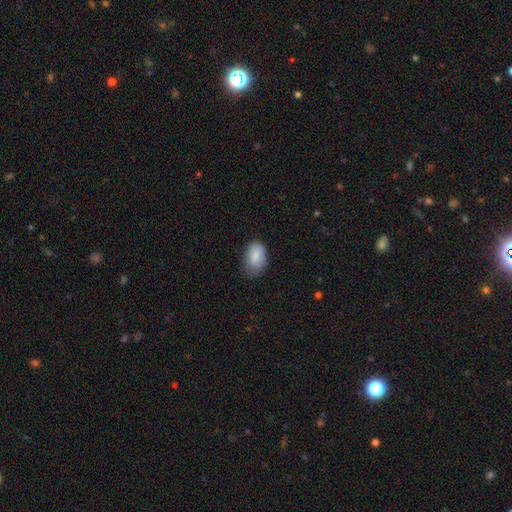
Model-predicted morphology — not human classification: Smooth or featured: smooth — 85% (featured or disk — 9%)
How rounded: in between — 91% (round — 8%)
Merging: none — 59% (minor disturbance — 32%)